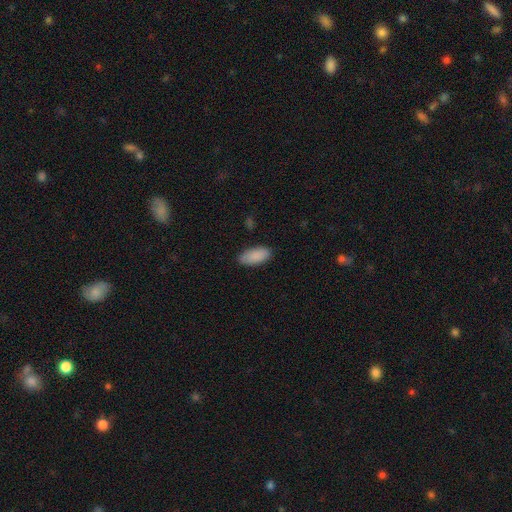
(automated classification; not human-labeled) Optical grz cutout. It shows a smooth galaxy with no disk features (90%) that is in between round and cigar-shaped (91%). Merging: none (86%).